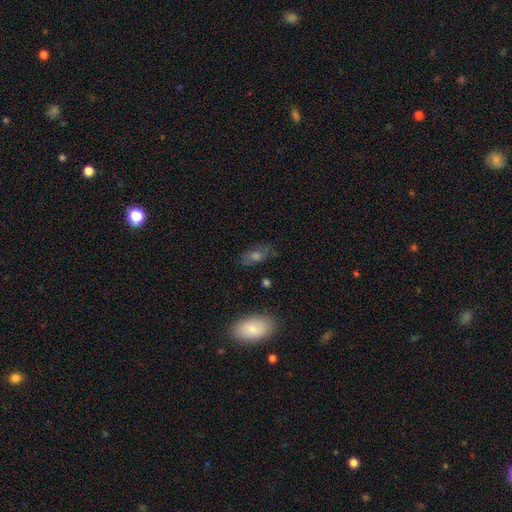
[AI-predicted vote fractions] Smooth or featured? Predicted: smooth (p=0.59). How rounded? Predicted: in between (p=0.84). Merging? Predicted: none (p=0.78).